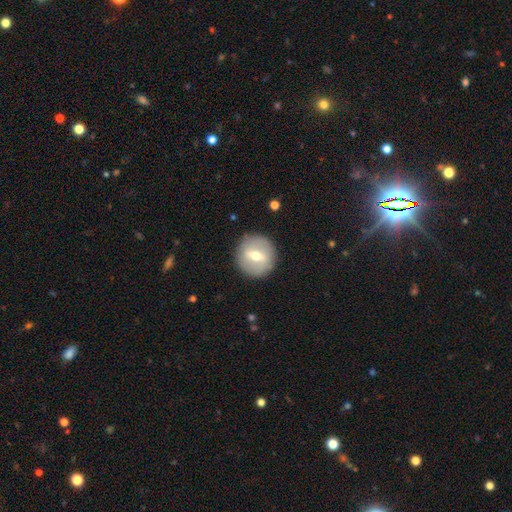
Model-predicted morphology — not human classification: Q: Smooth or featured?
A: featured or disk (47%); runner-up: smooth (46%)
Q: Merging?
A: none (88%); runner-up: minor disturbance (8%)